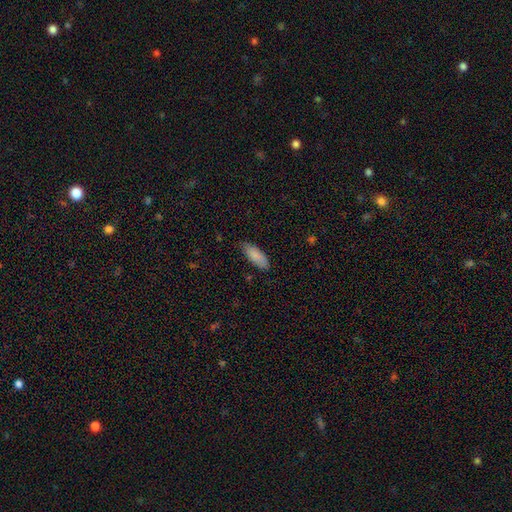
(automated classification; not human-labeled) Smooth or featured? Predicted: smooth (p=0.86). How rounded? Predicted: in between (p=0.75). Merging? Predicted: none (p=0.73).